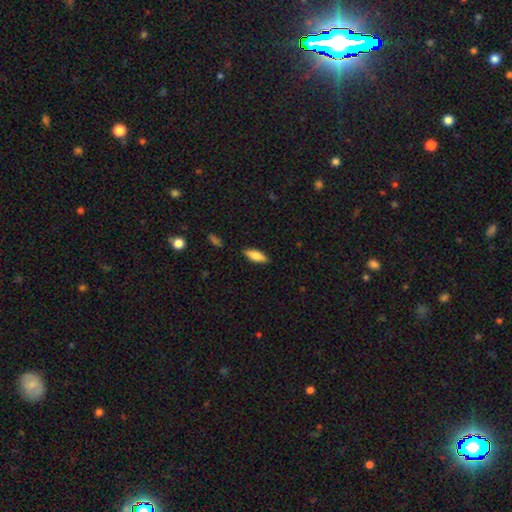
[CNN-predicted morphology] Smooth or featured? Predicted: smooth (p=0.76). How rounded? Predicted: in between (p=0.67). Merging? Predicted: none (p=0.86).